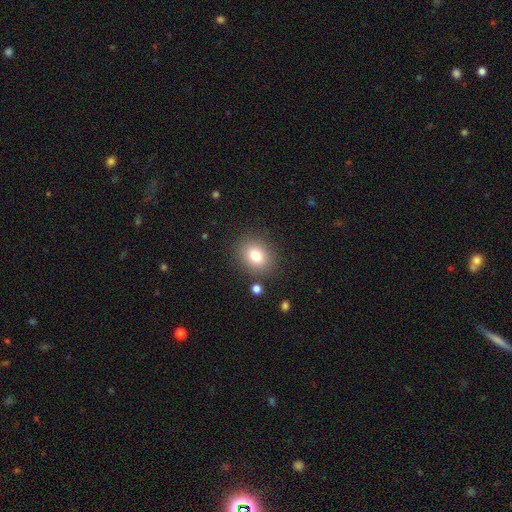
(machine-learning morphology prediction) This appears to be a smooth galaxy with no disk features (79%) that is round (55%). Merging: none (84%).